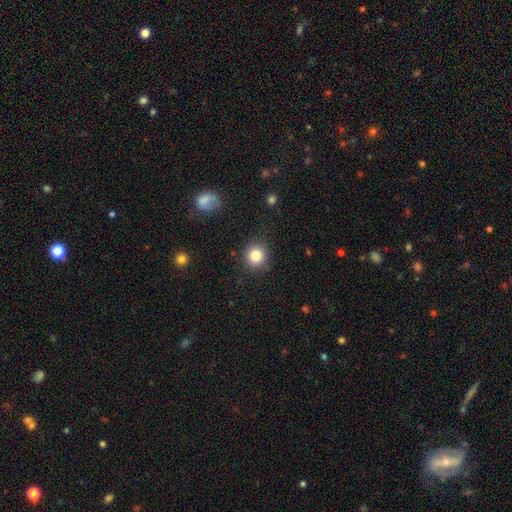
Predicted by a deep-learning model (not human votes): This appears to be a smooth galaxy with no disk features (83%) that is round (90%). Merging: none (89%).